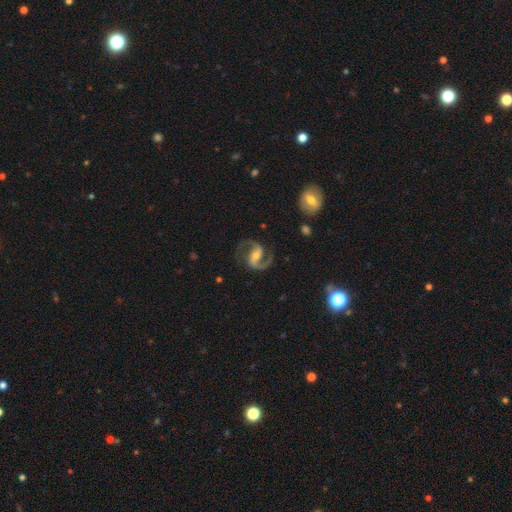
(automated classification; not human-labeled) smooth-or-featured: featured or disk: 92% | star or artifact: 4% | smooth: 3%
  disk-edge-on: no: 98% | yes: 2%
    bar: weak: 40% | strong: 39% | no: 21%
    has-spiral-arms: yes: 98% | no: 2%
      spiral-winding: medium: 62% | loose: 25% | tight: 12%
      spiral-arm-count: 2: 93% | 1: 2% | can't tell: 1% | 3: 1% | 4: 1% | more than 4: 1%
    bulge-size: moderate: 50% | small: 42% | large: 4% | none: 3% | dominant: 1%
  merging: none: 80% | minor disturbance: 12% | major disturbance: 6% | merger: 2%